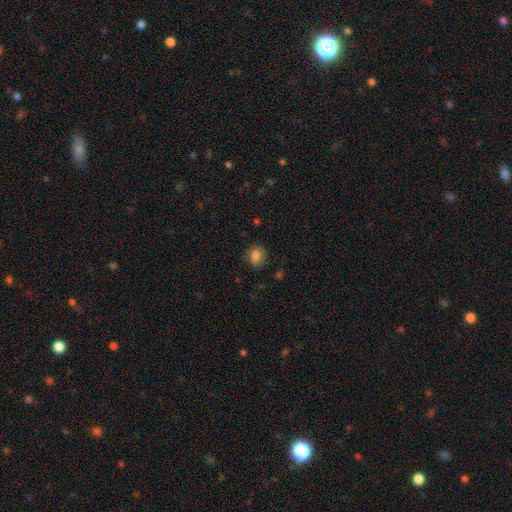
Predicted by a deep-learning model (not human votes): Q: Smooth or featured?
A: smooth (82%); runner-up: star or artifact (9%)
Q: How rounded?
A: in between (54%); runner-up: round (45%)
Q: Merging?
A: none (79%); runner-up: minor disturbance (15%)